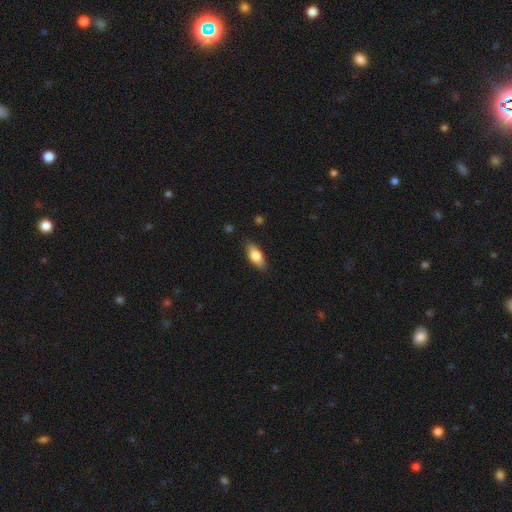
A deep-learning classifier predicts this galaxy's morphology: Smooth or featured?
  - smooth: 74% *
  - featured or disk: 20%
  - star or artifact: 6%
How rounded?
  - in between: 82% *
  - cigar-shaped: 15%
  - round: 3%
Merging?
  - none: 86% *
  - minor disturbance: 11%
  - major disturbance: 2%
  - merger: 1%